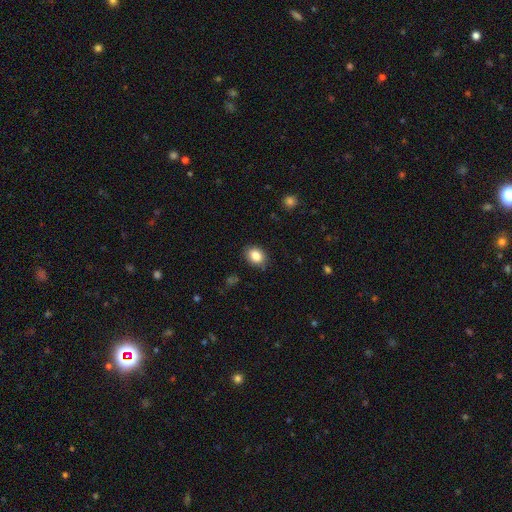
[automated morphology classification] This is clearly a smooth galaxy (86%). How rounded: likely in between (68%). Merging: clearly none (85%).